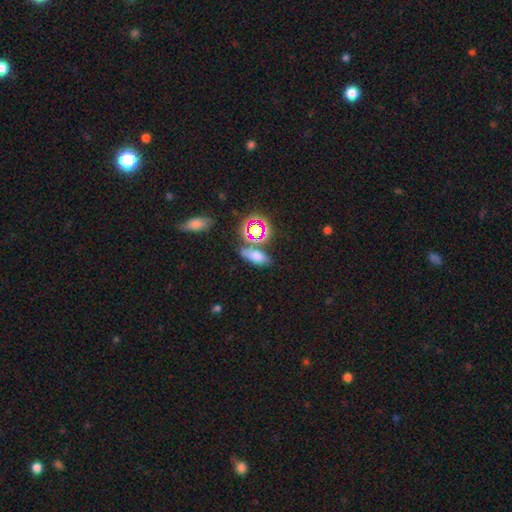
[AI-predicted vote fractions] This is likely a smooth galaxy (65%). How rounded: likely in between (76%). Merging: likely none (68%).